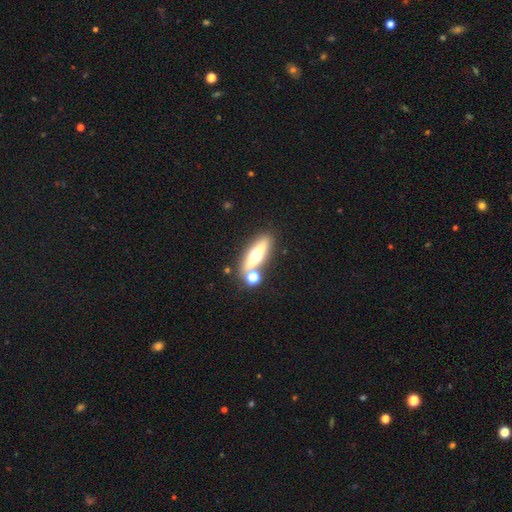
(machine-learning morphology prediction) smooth_or_featured: featured or disk (p=0.50) [alt: smooth p=0.41]
merging: none (p=0.73) [alt: merger p=0.14]